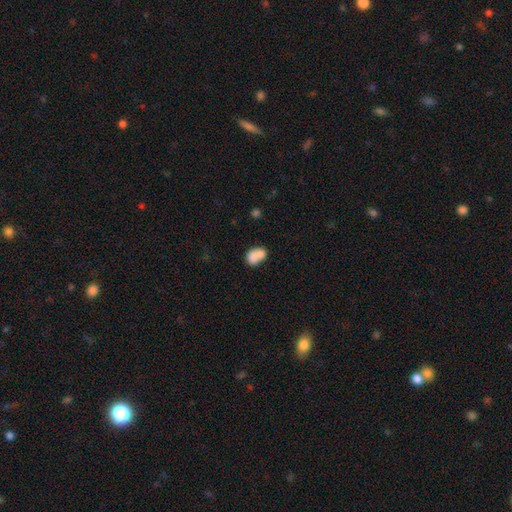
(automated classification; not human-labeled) Smooth or featured?
  - smooth: 78% *
  - featured or disk: 13%
  - star or artifact: 9%
How rounded?
  - in between: 75% *
  - round: 24%
  - cigar-shaped: 1%
Merging?
  - merger: 43% *
  - none: 36%
  - minor disturbance: 16%
  - major disturbance: 6%